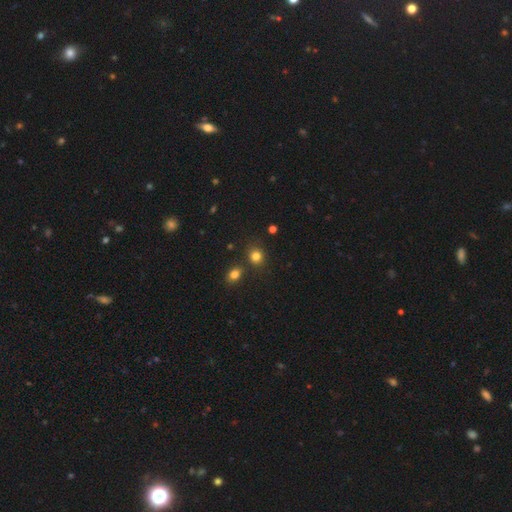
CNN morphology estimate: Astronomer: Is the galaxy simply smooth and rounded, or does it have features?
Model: smooth — 80%.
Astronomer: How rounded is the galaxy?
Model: round — 77%.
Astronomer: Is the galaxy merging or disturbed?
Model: none — 78%.